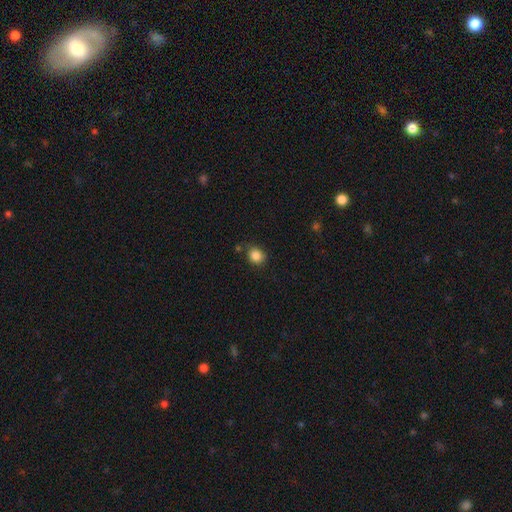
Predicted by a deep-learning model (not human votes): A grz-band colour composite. It shows a smooth galaxy with no disk features (85%) that is round (72%). Merging: none (79%).